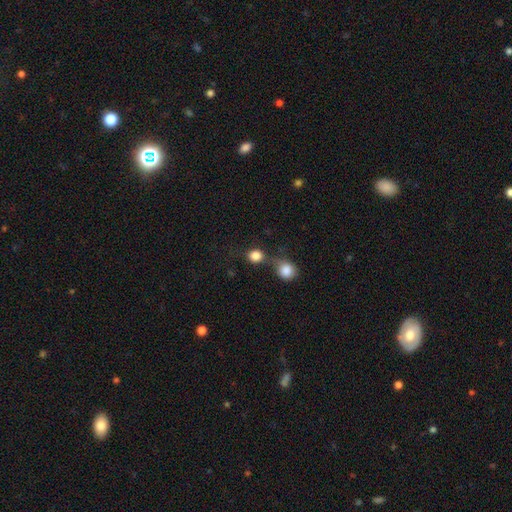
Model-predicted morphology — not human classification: Smooth or featured?
  - smooth: 83% *
  - star or artifact: 11%
  - featured or disk: 6%
How rounded?
  - round: 77% *
  - in between: 22%
  - cigar-shaped: 1%
Merging?
  - none: 48% *
  - merger: 35%
  - minor disturbance: 11%
  - major disturbance: 6%